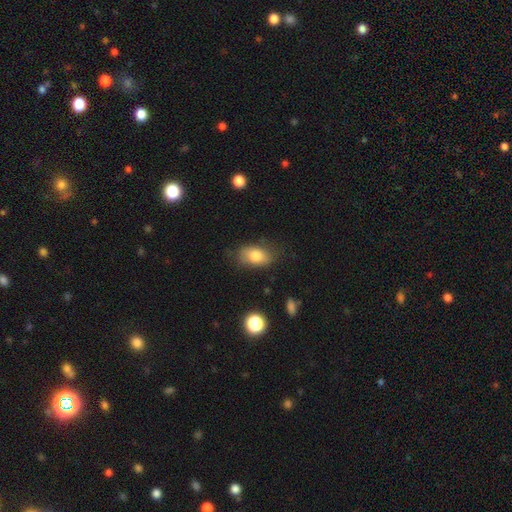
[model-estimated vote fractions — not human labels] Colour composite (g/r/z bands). It shows a smooth galaxy with no disk features (77%) that is in between round and cigar-shaped (87%). Merging: none (72%).